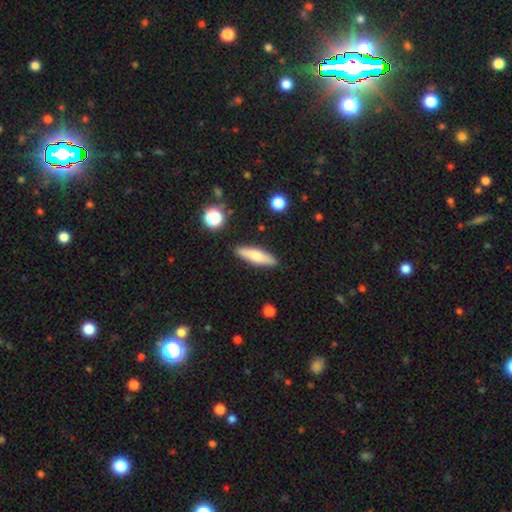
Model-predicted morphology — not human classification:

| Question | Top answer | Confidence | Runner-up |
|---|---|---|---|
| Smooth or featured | smooth | 65% | featured or disk (28%) |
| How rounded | cigar-shaped | 70% | in between (28%) |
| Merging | none | 87% | minor disturbance (9%) |